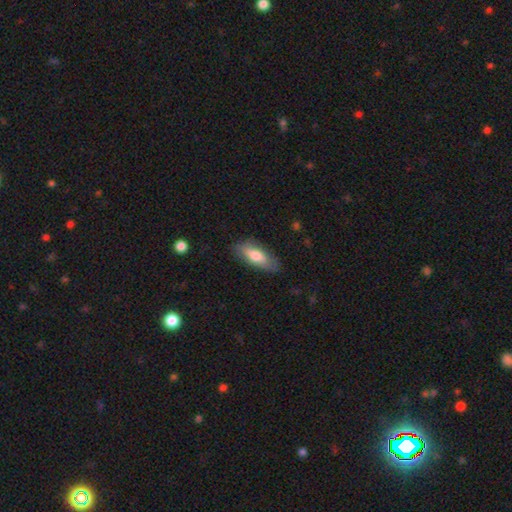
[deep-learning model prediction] A smooth galaxy with no disk features (71%) that is in between round and cigar-shaped (72%). Merging: none (77%).